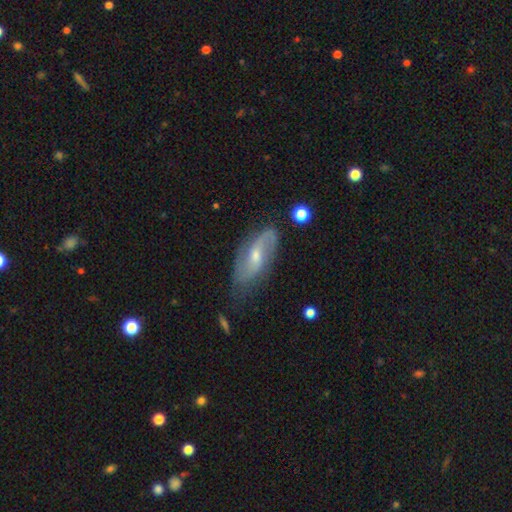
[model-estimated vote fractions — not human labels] featured or disk 78%, smooth 15%, star or artifact 7%. Down the decision tree: edge-on disk — no (91%); bar — weak (46%); spiral arms — yes (93%); spiral arm count — 2 (84%); spiral winding — loose (42%); bulge size — small (48%); merging — none (75%).